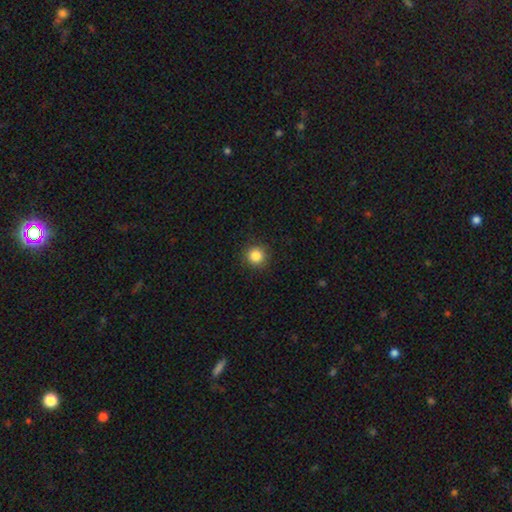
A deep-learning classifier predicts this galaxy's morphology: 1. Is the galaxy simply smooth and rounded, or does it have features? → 85% smooth, 11% star or artifact, 4% featured or disk.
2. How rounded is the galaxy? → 95% round, 4% in between, 1% cigar-shaped.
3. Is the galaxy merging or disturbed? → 91% none, 6% minor disturbance, 2% major disturbance, 1% merger.